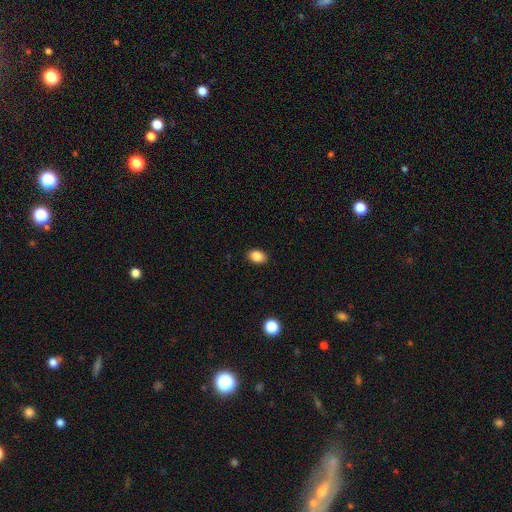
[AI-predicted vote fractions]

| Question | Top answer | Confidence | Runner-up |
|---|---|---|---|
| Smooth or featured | smooth | 87% | star or artifact (9%) |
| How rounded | in between | 80% | round (19%) |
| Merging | none | 89% | minor disturbance (8%) |